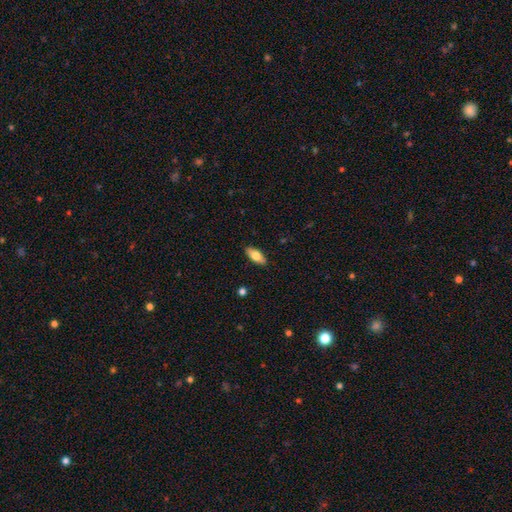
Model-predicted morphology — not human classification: smooth 69%, featured or disk 24%, star or artifact 6%. Down the decision tree: how rounded — in between (78%); merging — none (89%).